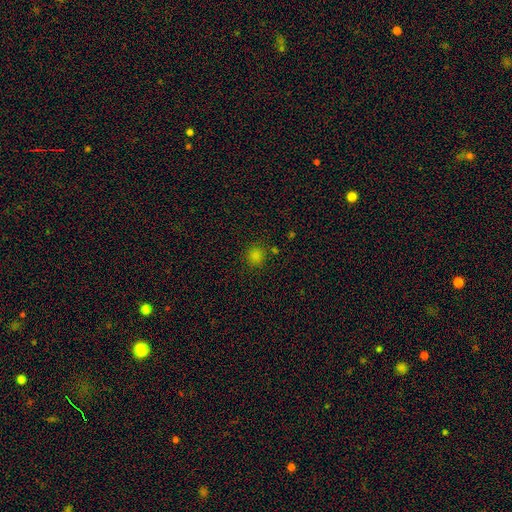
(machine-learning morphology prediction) This is likely a smooth galaxy (79%). How rounded: clearly round (89%). Merging: clearly none (83%).